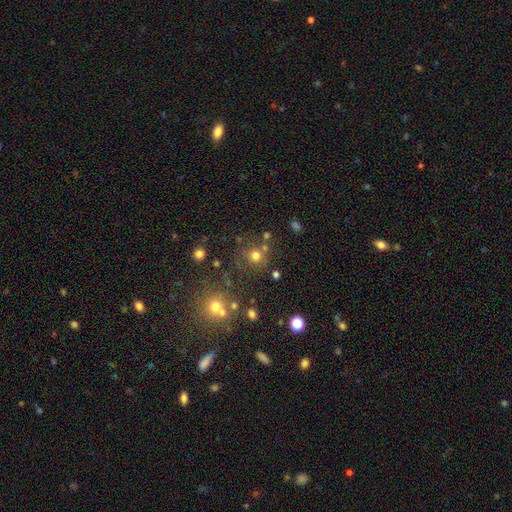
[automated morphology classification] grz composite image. It shows a smooth galaxy with no disk features (72%) that is round (90%). Merging: none (71%).